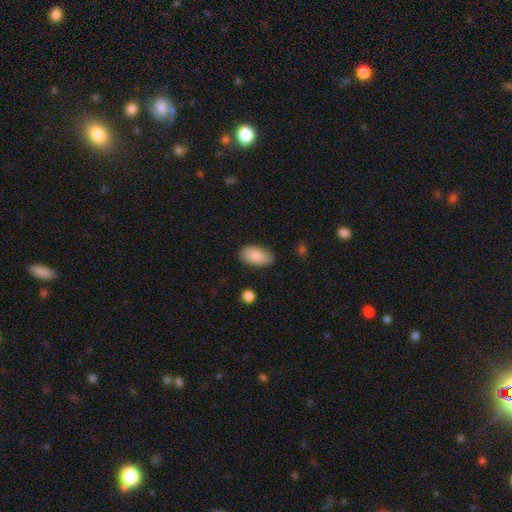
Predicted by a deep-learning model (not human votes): A smooth galaxy with no disk features (88%) that is in between round and cigar-shaped (95%). Merging: none (82%).